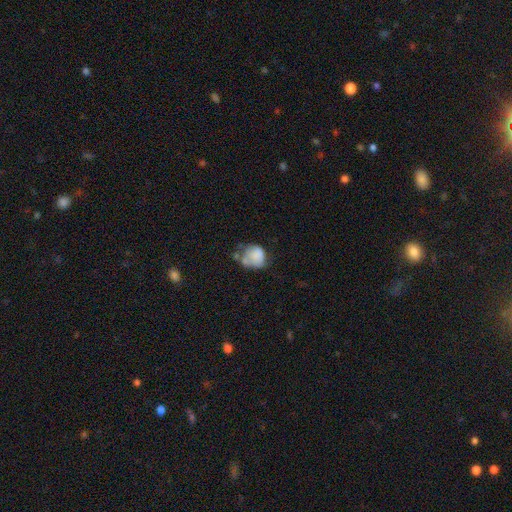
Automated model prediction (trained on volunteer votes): Q: Smooth or featured?
A: smooth (72%); runner-up: featured or disk (19%)
Q: How rounded?
A: round (67%); runner-up: in between (32%)
Q: Merging?
A: none (32%); runner-up: minor disturbance (28%)